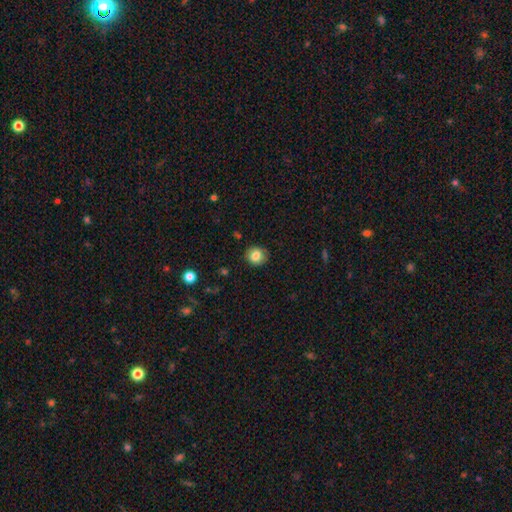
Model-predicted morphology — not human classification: Q: Smooth or featured?
A: smooth (83%); runner-up: star or artifact (10%)
Q: How rounded?
A: round (86%); runner-up: in between (13%)
Q: Merging?
A: none (88%); runner-up: minor disturbance (9%)